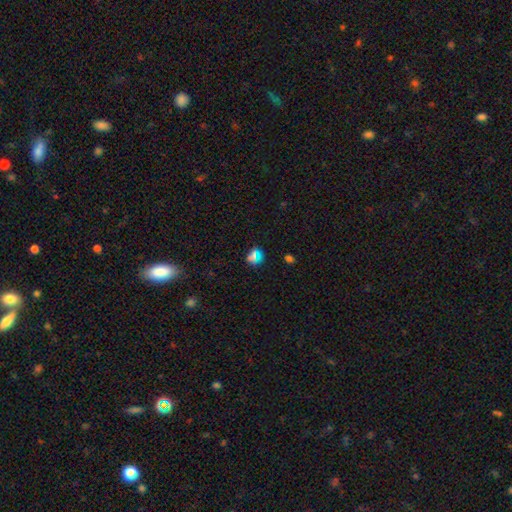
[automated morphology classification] smooth-or-featured: smooth: 61% | star or artifact: 31% | featured or disk: 8%
  how-rounded: round: 84% | in between: 13% | cigar-shaped: 3%
  merging: none: 81% | minor disturbance: 10% | major disturbance: 5% | merger: 4%